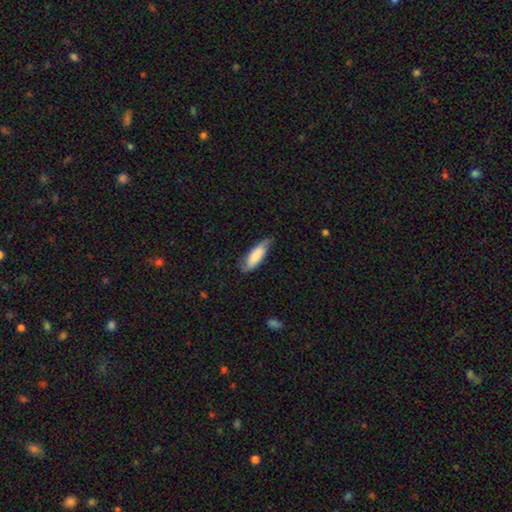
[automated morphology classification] Smooth or featured? Predicted: smooth (p=0.76). How rounded? Predicted: in between (p=0.57). Merging? Predicted: none (p=0.67).